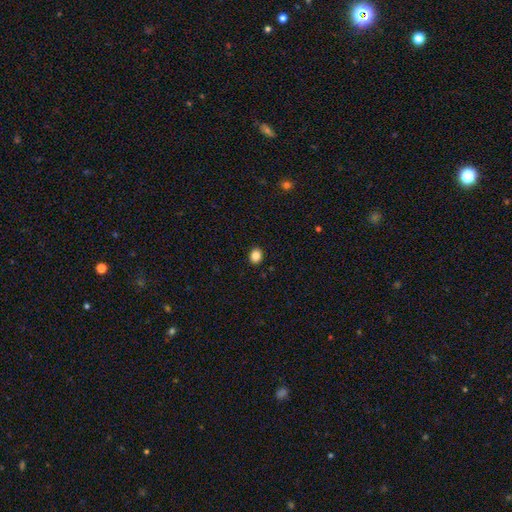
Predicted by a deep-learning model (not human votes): smooth-or-featured: smooth: 86% | star or artifact: 10% | featured or disk: 4%
  how-rounded: round: 56% | in between: 43% | cigar-shaped: 1%
  merging: none: 91% | minor disturbance: 6% | major disturbance: 2% | merger: 1%